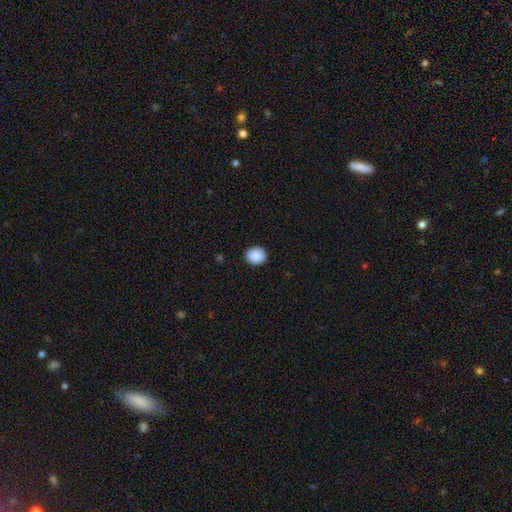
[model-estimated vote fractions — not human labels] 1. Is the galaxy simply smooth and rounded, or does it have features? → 89% smooth, 7% star or artifact, 3% featured or disk.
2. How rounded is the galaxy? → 71% round, 28% in between, 1% cigar-shaped.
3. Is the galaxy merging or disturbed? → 90% none, 7% minor disturbance, 2% major disturbance, 1% merger.